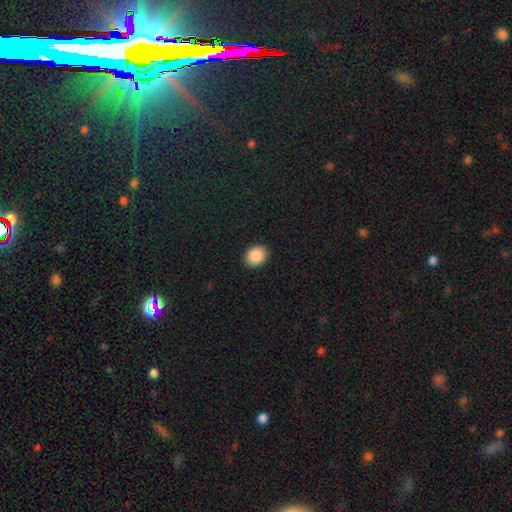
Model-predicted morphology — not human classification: Q: Smooth or featured?
A: smooth (89%); runner-up: star or artifact (8%)
Q: How rounded?
A: round (51%); runner-up: in between (48%)
Q: Merging?
A: none (91%); runner-up: minor disturbance (6%)